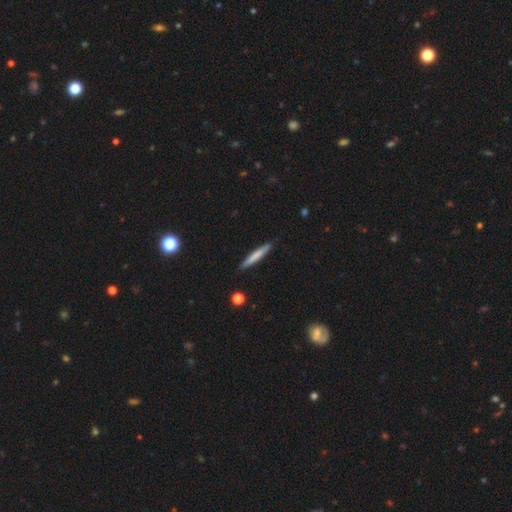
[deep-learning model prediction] Q: Smooth or featured?
A: smooth (70%); runner-up: featured or disk (25%)
Q: How rounded?
A: cigar-shaped (95%); runner-up: in between (4%)
Q: Merging?
A: none (88%); runner-up: minor disturbance (9%)